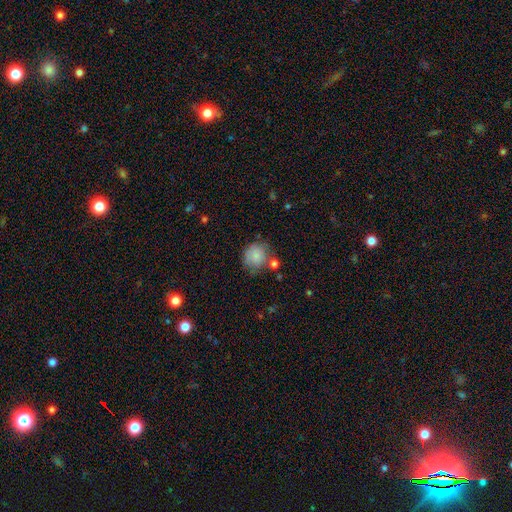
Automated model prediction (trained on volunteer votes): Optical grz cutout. It shows a smooth galaxy with no disk features (81%) that is round (82%). Merging: none (57%).